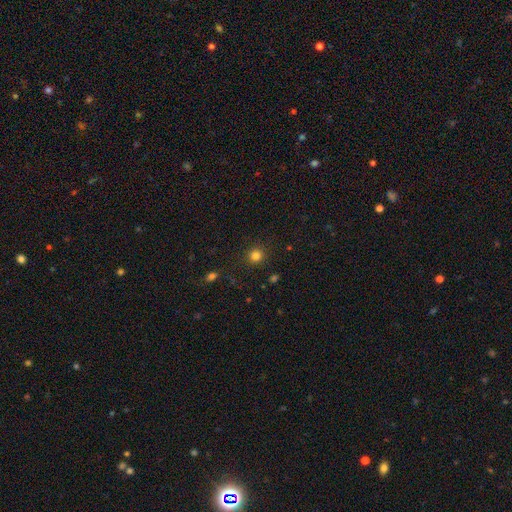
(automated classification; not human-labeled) This is clearly a smooth galaxy (81%). How rounded: clearly round (91%). Merging: clearly none (90%).